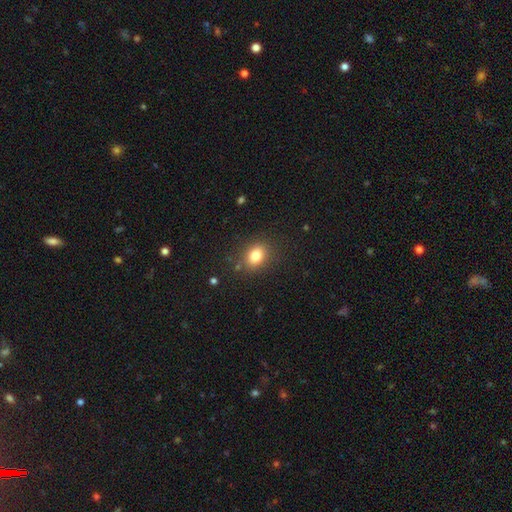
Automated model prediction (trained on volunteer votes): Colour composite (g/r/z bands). It shows a smooth galaxy with no disk features (81%) that is in between round and cigar-shaped (55%). Merging: none (84%).